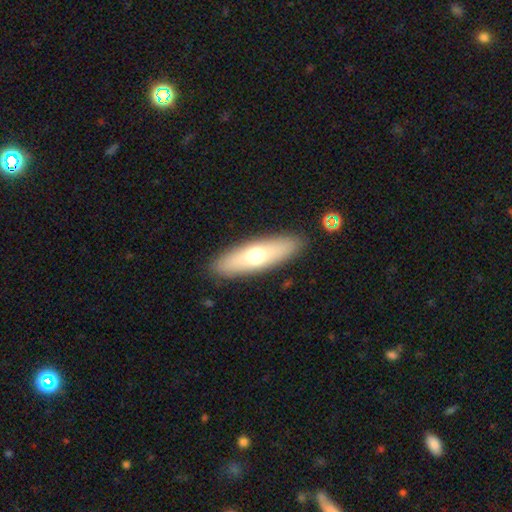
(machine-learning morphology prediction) This is likely a smooth galaxy (62%). How rounded: possibly cigar-shaped (49%). Merging: clearly none (89%).